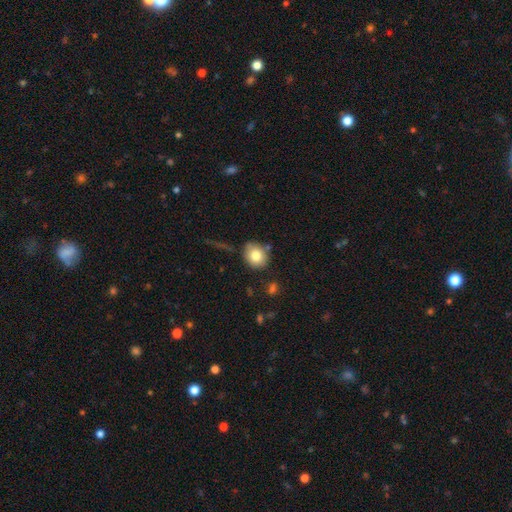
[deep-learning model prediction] This is likely a smooth galaxy (79%). How rounded: likely round (78%). Merging: likely none (78%).